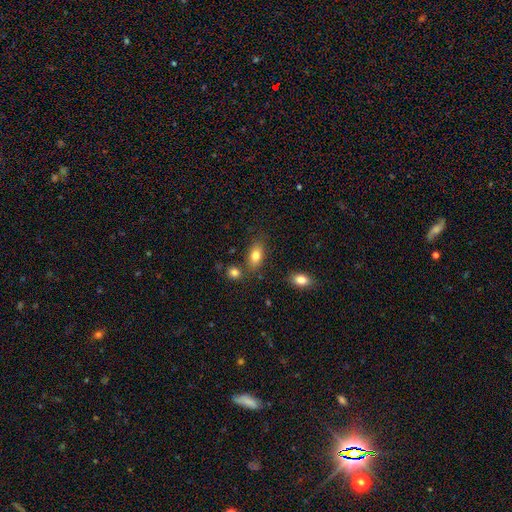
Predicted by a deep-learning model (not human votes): The model was most divided on "merging": none: 73%, minor disturbance: 15%, merger: 9%, major disturbance: 4%. More confident: how rounded — in between (86%); smooth or featured — smooth (80%).